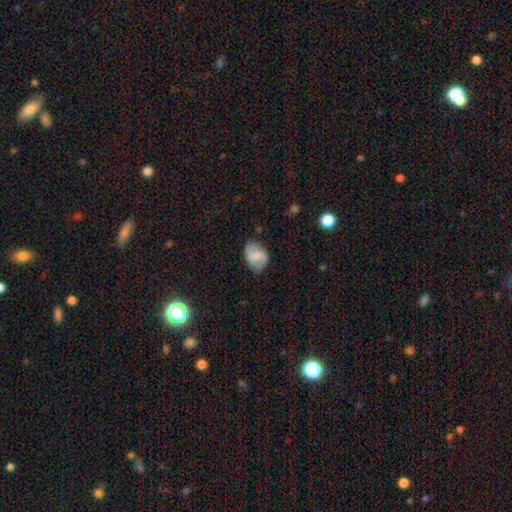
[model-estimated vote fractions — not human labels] The model was most divided on "smooth or featured": smooth: 51%, featured or disk: 40%, star or artifact: 8%. More confident: how rounded — in between (69%); merging — none (64%).